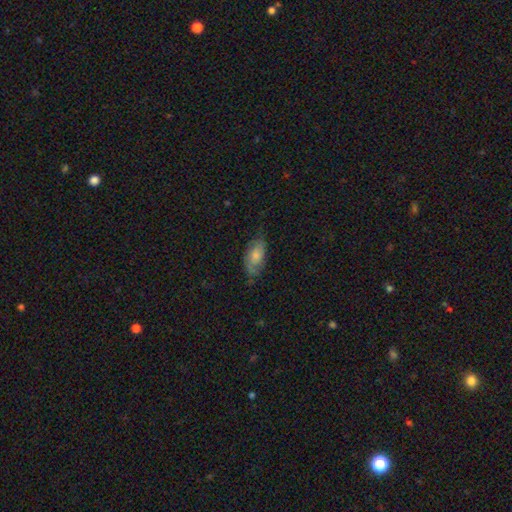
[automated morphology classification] A smooth galaxy with no disk features (63%) that is in between round and cigar-shaped (91%).

Vote fractions:
- Smooth or featured? smooth: 63% / featured or disk: 31% / star or artifact: 7%
- How rounded? in between: 91% / cigar-shaped: 6% / round: 3%
- Merging? none: 64% / minor disturbance: 27% / major disturbance: 8% / merger: 1%